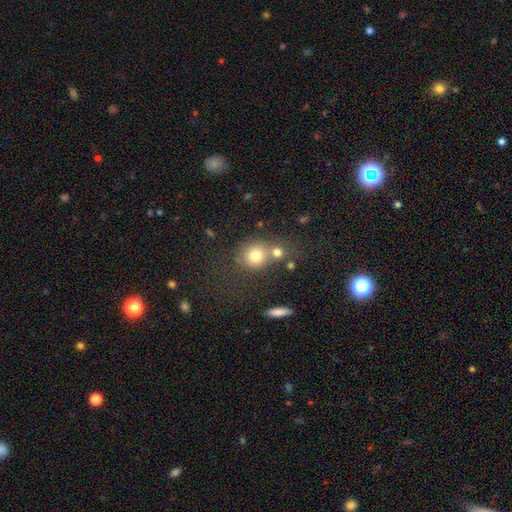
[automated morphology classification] This appears to be a smooth galaxy with no disk features (77%) that is round (83%). Merging: none (49%).